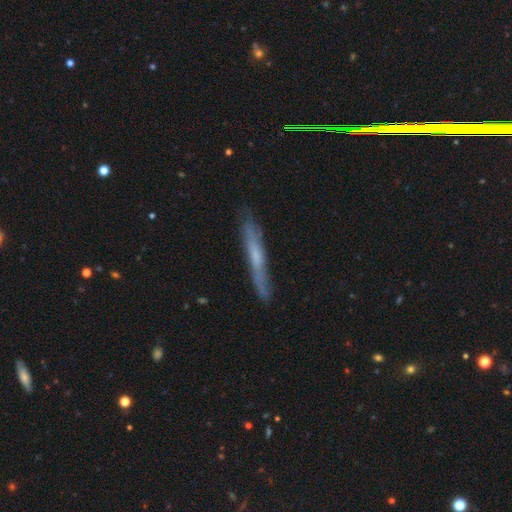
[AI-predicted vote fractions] smooth_or_featured: featured or disk (p=0.53) [alt: smooth p=0.40]
disk_edge_on: yes (p=0.87) [alt: no p=0.13]
merging: none (p=0.81) [alt: minor disturbance p=0.15]